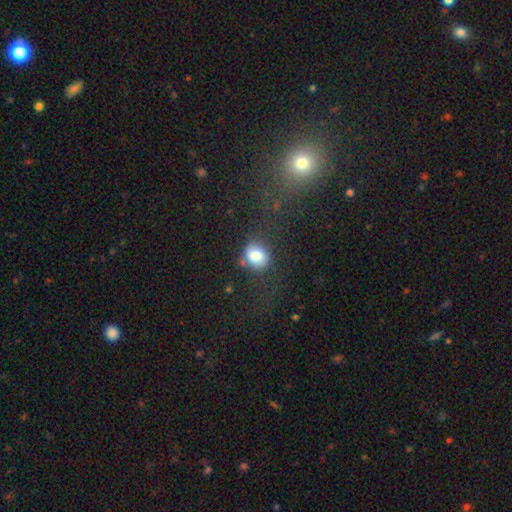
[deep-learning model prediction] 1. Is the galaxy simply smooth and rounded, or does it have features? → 81% smooth, 10% star or artifact, 9% featured or disk.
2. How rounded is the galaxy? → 56% round, 42% in between, 1% cigar-shaped.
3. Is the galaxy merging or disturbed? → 66% none, 19% minor disturbance, 9% major disturbance, 6% merger.